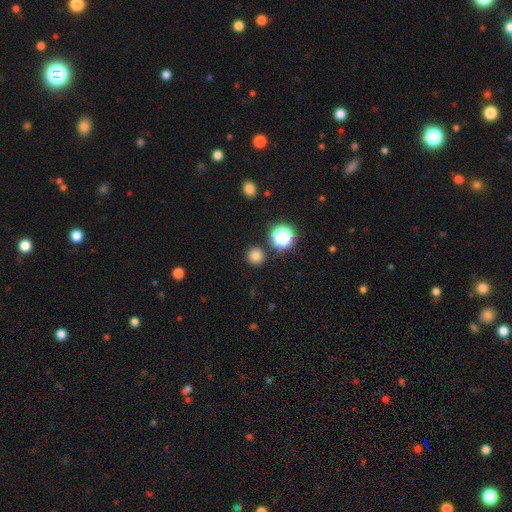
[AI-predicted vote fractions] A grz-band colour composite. It shows a smooth galaxy with no disk features (78%) that is round (95%). Merging: none (90%).